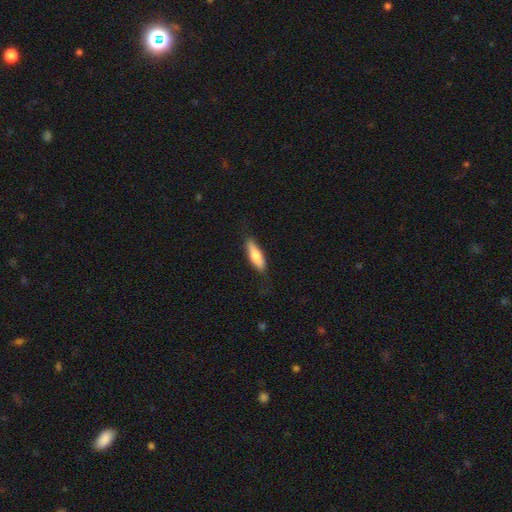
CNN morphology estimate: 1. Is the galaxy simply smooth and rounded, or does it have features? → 70% smooth, 25% featured or disk, 5% star or artifact.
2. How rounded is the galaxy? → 54% cigar-shaped, 44% in between, 2% round.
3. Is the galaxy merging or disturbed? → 81% none, 14% minor disturbance, 3% major disturbance, 1% merger.